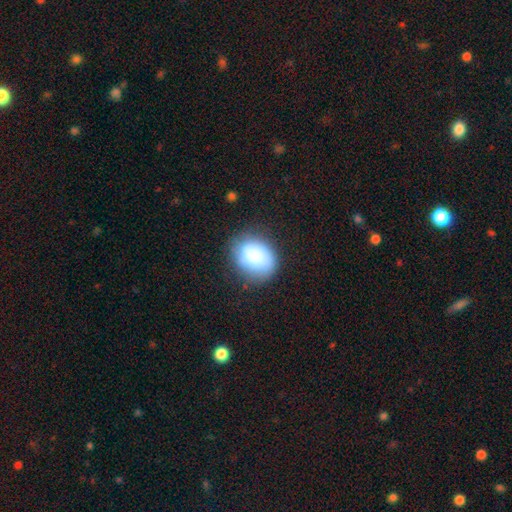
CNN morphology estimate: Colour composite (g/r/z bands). It shows a smooth galaxy with no disk features (81%) that is in between round and cigar-shaped (50%). Merging: none (68%).